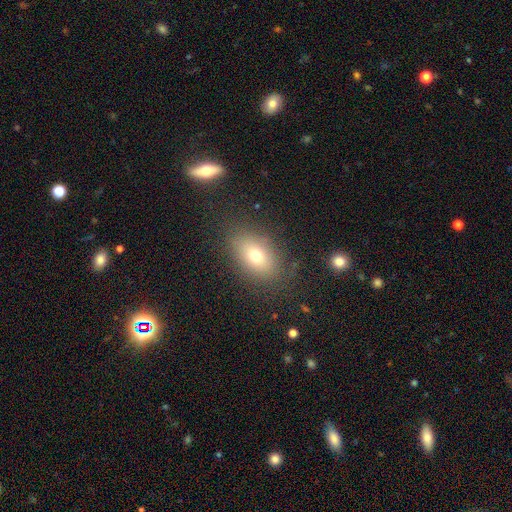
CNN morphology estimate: Q: Smooth or featured?
A: smooth (71%); runner-up: featured or disk (17%)
Q: How rounded?
A: in between (82%); runner-up: round (16%)
Q: Merging?
A: none (80%); runner-up: minor disturbance (12%)